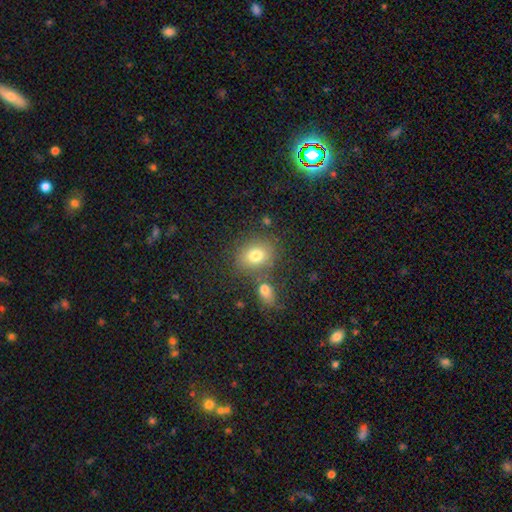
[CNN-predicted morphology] A smooth galaxy with no disk features (76%) that is round (58%). Merging: none (69%).